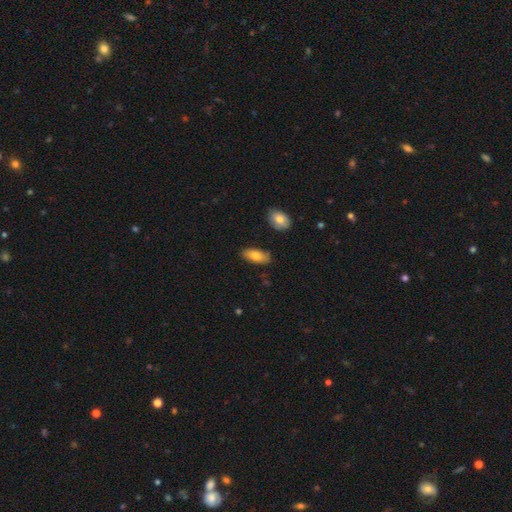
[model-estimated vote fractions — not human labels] Smooth or featured? smooth (79%)
How rounded? in between (87%)
Merging? none (82%)